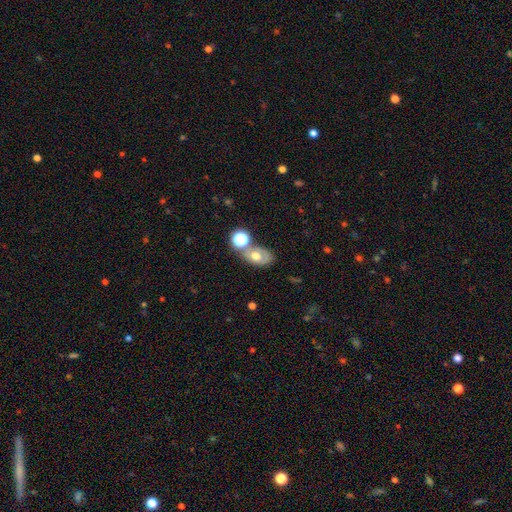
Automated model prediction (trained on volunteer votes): A smooth galaxy with no disk features (49%). Merging: none (52%).